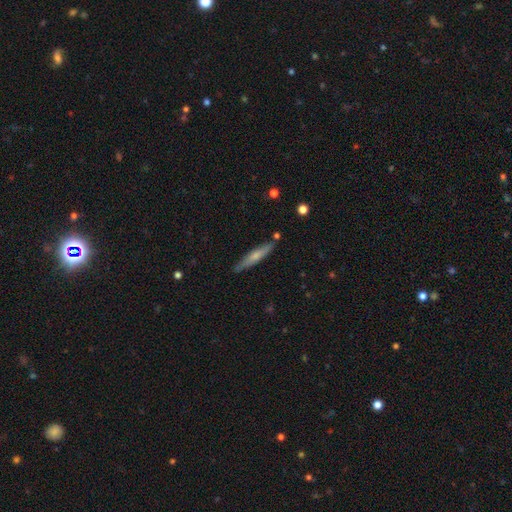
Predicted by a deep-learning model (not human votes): Smooth or featured? smooth (56%)
How rounded? cigar-shaped (90%)
Merging? none (84%)